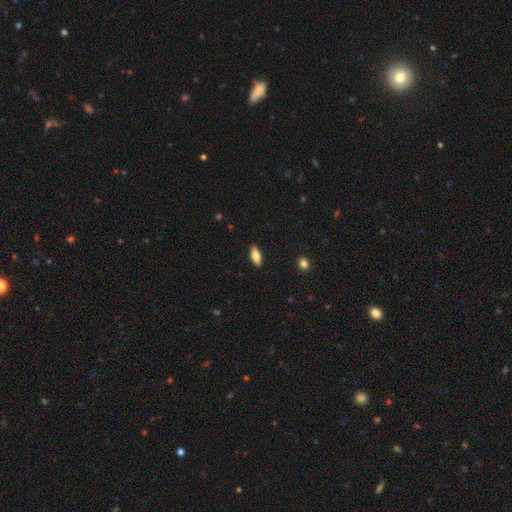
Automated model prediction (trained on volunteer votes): This is likely a smooth galaxy (67%). How rounded: likely in between (76%). Merging: clearly none (89%).